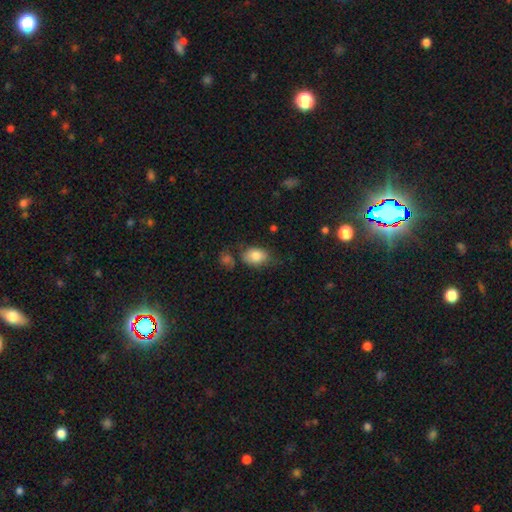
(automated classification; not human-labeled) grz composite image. It shows a smooth galaxy with no disk features (82%) that is in between round and cigar-shaped (83%). Merging: none (60%).